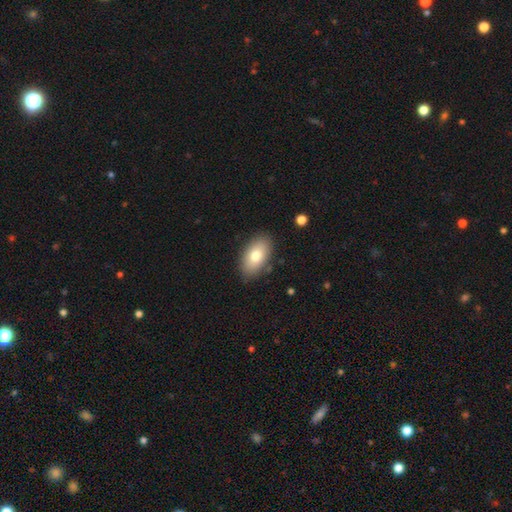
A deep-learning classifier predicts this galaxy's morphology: Smooth or featured? Predicted: smooth (p=0.77). How rounded? Predicted: in between (p=0.93). Merging? Predicted: none (p=0.84).